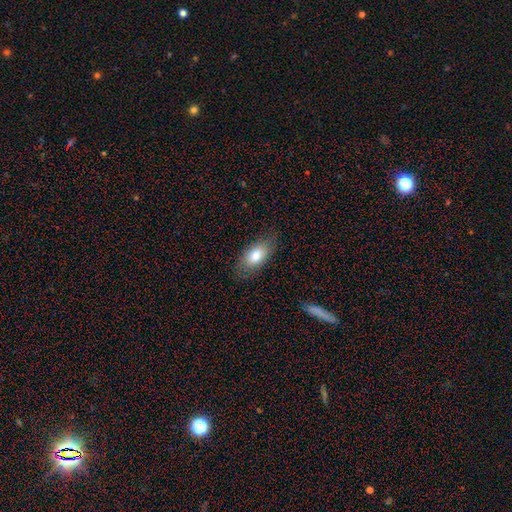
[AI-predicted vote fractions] Morphology: type=smooth (77%); roundness=in between (91%); merging=none (80%).